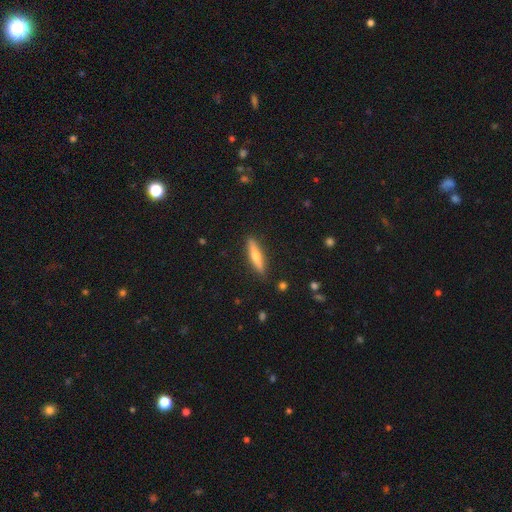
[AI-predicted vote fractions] smooth 52%, featured or disk 41%, star or artifact 6%. Down the decision tree: how rounded — cigar-shaped (83%); merging — none (90%).